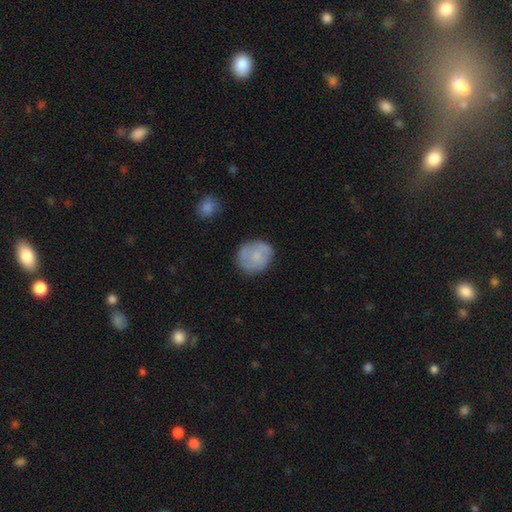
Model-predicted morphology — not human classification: Overall: smooth (70%). How rounded: round (73%). Merging: none (73%).